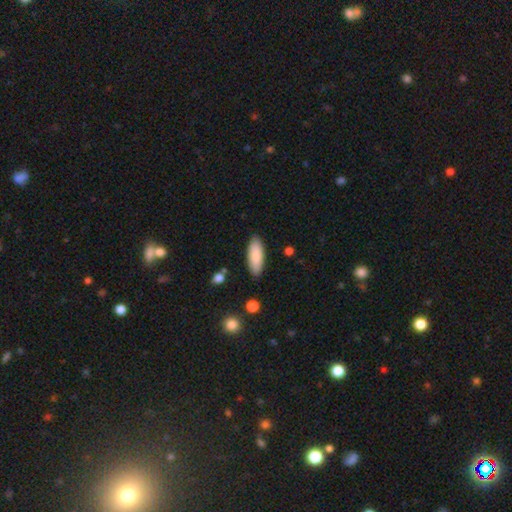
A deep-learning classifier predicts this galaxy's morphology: type=smooth (85%); roundness=in between (71%); merging=none (87%).